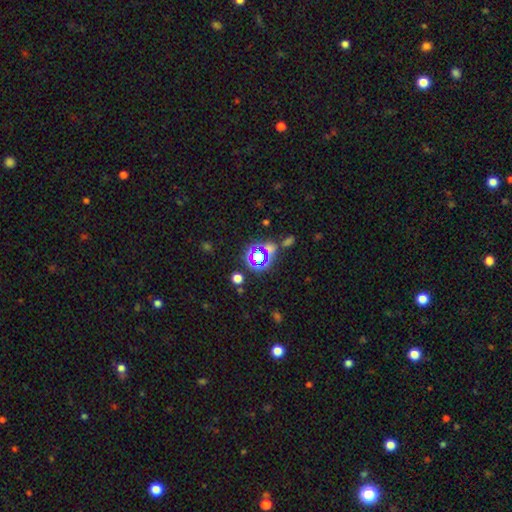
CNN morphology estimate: This appears to be a star or artifact, not a galaxy (61%).